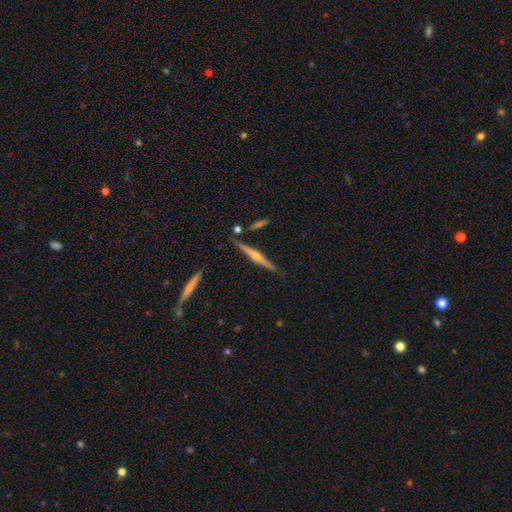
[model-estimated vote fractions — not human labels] A featured or disk galaxy (77%) viewed edge-on (98%) with a rounded central bulge (85%).

Vote fractions:
- Smooth or featured? featured or disk: 77% / smooth: 17% / star or artifact: 6%
- Edge-on disk? yes: 98% / no: 2%
- Edge-on bulge? rounded: 85% / none: 10% / boxy: 6%
- Merging? none: 86% / minor disturbance: 9% / merger: 4% / major disturbance: 2%